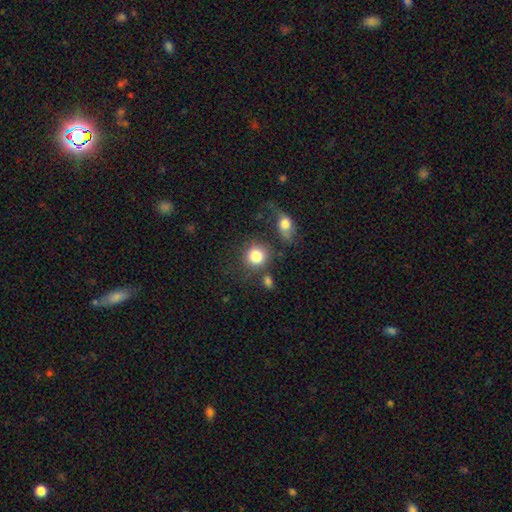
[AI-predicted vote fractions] smooth 83%, star or artifact 10%, featured or disk 8%. Down the decision tree: how rounded — round (85%); merging — none (66%).